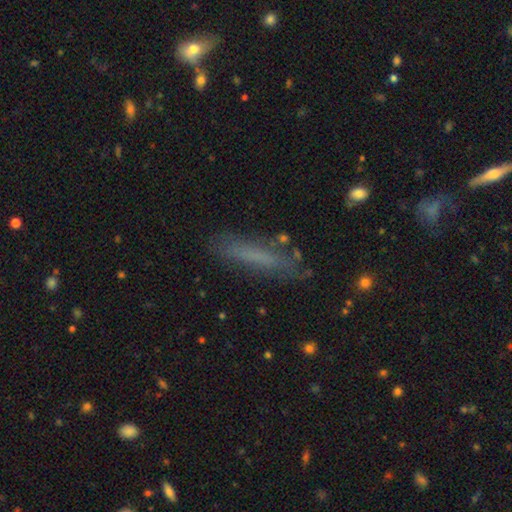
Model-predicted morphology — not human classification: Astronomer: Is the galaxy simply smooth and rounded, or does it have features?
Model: smooth — 60%.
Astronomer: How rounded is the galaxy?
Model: cigar-shaped — 87%.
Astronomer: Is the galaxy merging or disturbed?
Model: none — 78%.